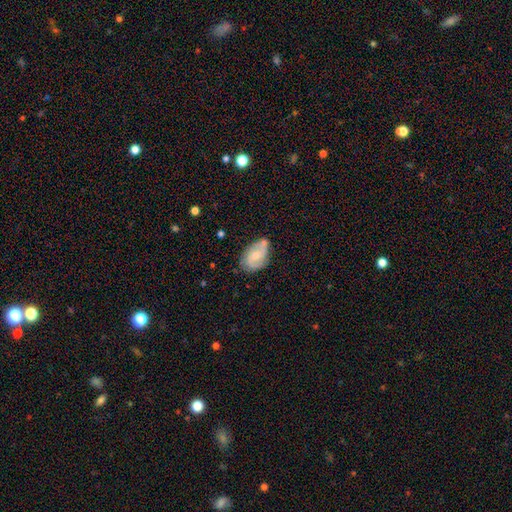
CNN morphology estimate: This appears to be a featured or disk galaxy (55%) with no bar (61%), spiral arms (83%) and a small central bulge (53%). Merging: none (57%).